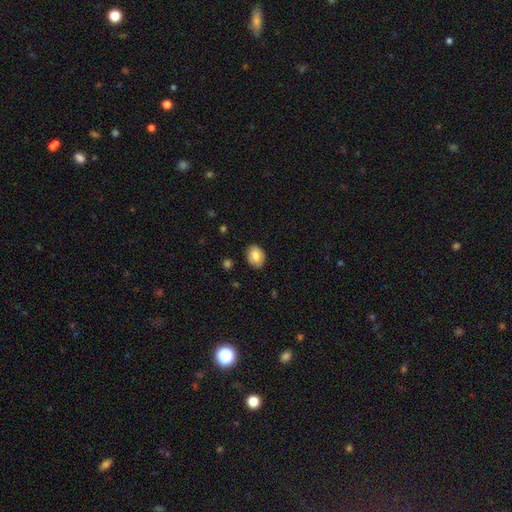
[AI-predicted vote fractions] Morphology: type=smooth (77%); roundness=in between (68%); merging=none (84%).